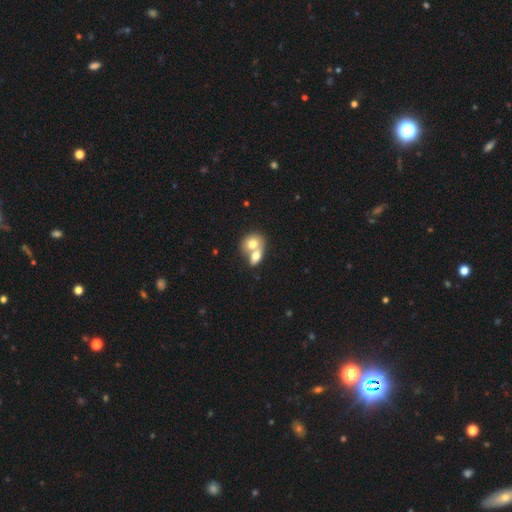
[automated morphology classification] Overall: smooth (70%). How rounded: in between (61%; round 38%). Merging: merger (76%).